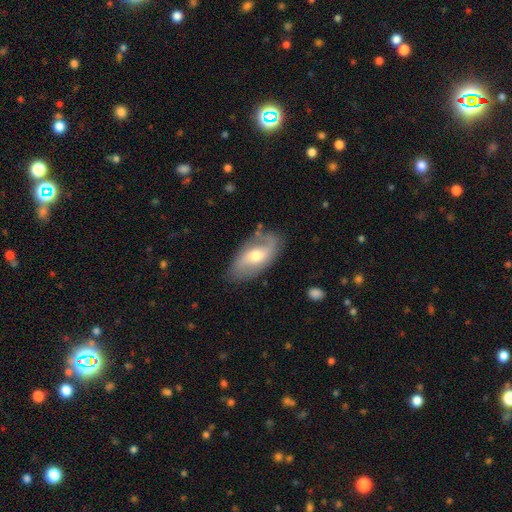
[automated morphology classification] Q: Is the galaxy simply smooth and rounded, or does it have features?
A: featured or disk — 65%.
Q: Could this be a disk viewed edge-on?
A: no — 92%.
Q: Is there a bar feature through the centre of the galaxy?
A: no — 43%.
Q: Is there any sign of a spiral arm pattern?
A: yes — 83%.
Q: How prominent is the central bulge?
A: moderate — 69%.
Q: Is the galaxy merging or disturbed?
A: none — 76%.